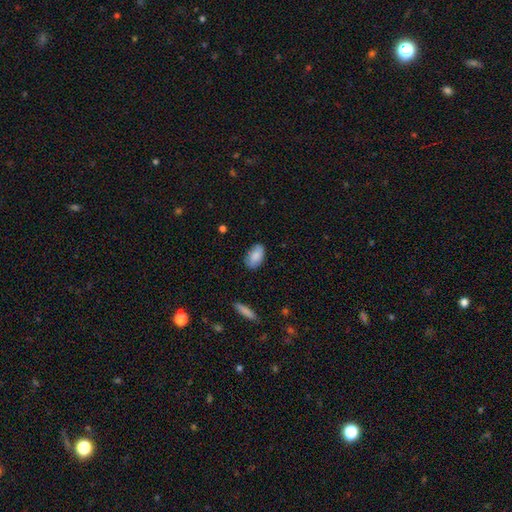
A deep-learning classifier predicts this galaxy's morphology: Overall: smooth (84%). How rounded: in between (92%). Merging: none (77%).